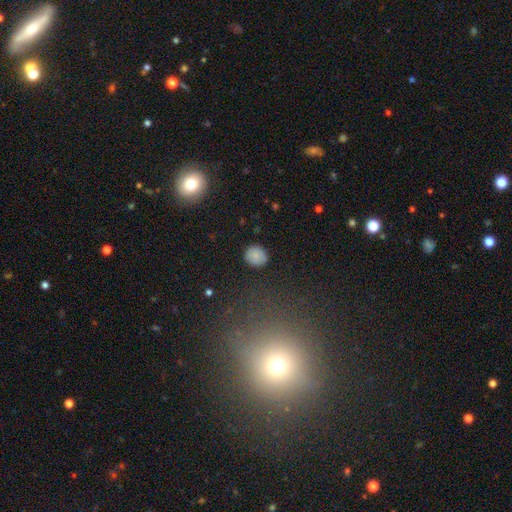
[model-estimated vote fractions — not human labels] This appears to be a smooth galaxy with no disk features (83%) that is round (71%). Merging: none (84%).